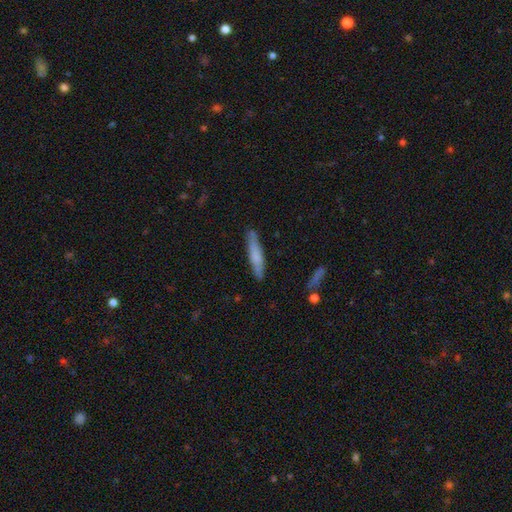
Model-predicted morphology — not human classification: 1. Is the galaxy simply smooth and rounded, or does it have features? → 65% smooth, 29% featured or disk, 6% star or artifact.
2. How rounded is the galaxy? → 90% cigar-shaped, 8% in between, 1% round.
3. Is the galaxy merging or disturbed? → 84% none, 12% minor disturbance, 2% major disturbance, 2% merger.